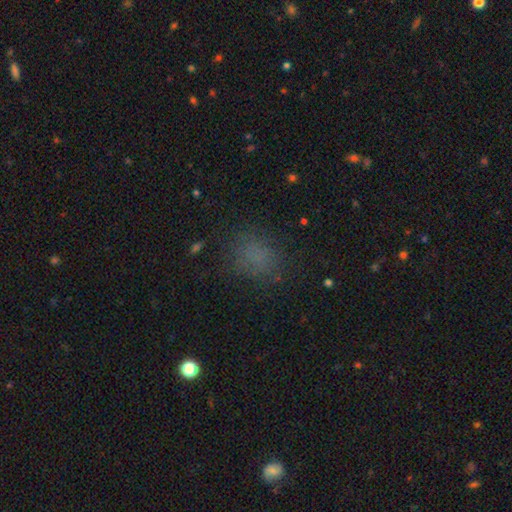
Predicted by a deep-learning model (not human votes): Morphology: type=smooth (71%); roundness=round (51%); merging=none (75%).